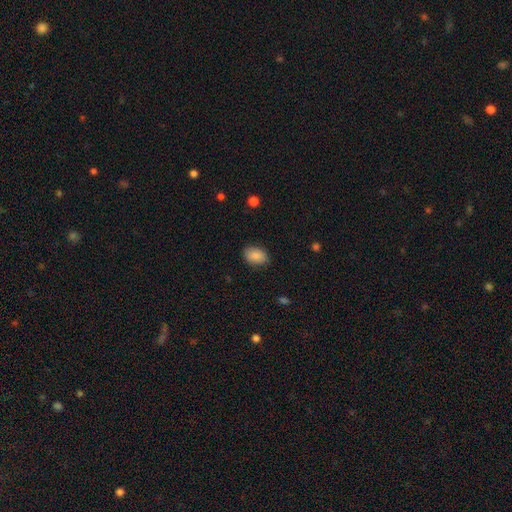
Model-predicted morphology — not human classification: A smooth galaxy with no disk features (84%) that is in between round and cigar-shaped (84%).

Vote fractions:
- Smooth or featured? smooth: 84% / featured or disk: 9% / star or artifact: 8%
- How rounded? in between: 84% / round: 15% / cigar-shaped: 1%
- Merging? none: 85% / minor disturbance: 11% / major disturbance: 3% / merger: 1%